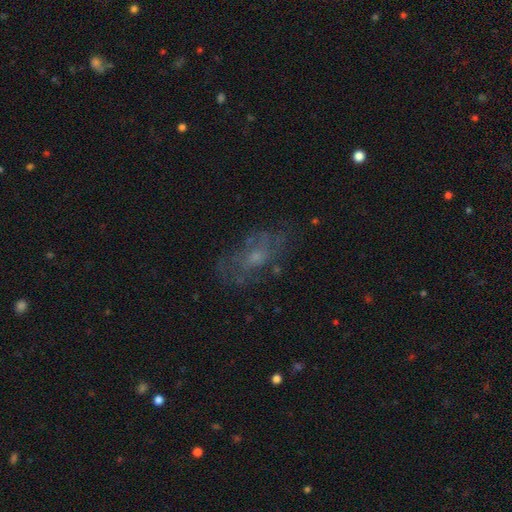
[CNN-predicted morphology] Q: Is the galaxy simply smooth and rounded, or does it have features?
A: featured or disk — 54%.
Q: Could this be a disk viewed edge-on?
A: no — 93%.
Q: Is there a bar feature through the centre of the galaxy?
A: no — 79%.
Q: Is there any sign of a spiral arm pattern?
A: no — 54%.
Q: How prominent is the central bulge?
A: small — 43%.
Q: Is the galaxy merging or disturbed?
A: none — 60%.